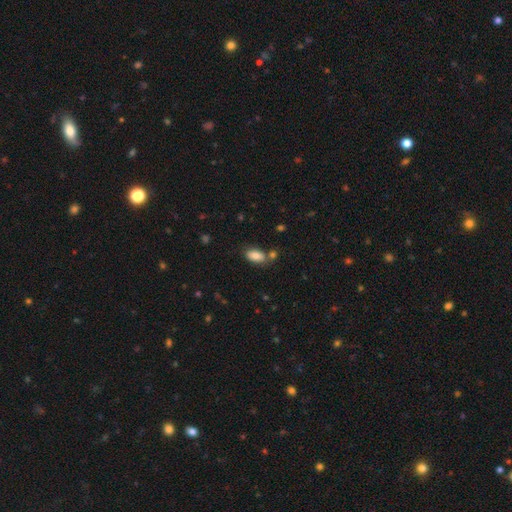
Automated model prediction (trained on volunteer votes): smooth_or_featured: smooth (p=0.85) [alt: star or artifact p=0.08]
how_rounded: in between (p=0.92) [alt: cigar-shaped p=0.04]
merging: none (p=0.68) [alt: merger p=0.15]